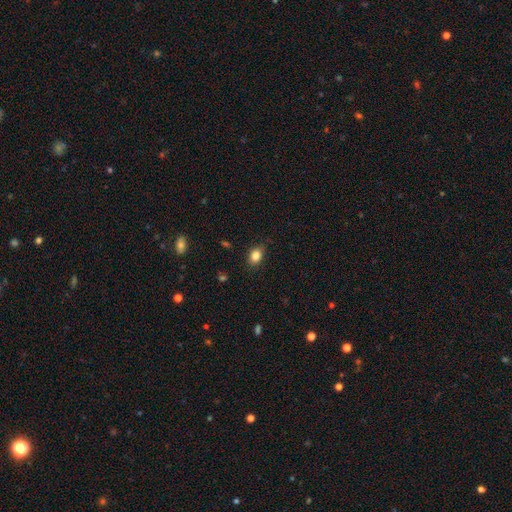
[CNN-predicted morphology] Smooth or featured: smooth — 84% (star or artifact — 10%)
How rounded: in between — 69% (round — 29%)
Merging: none — 82% (minor disturbance — 14%)